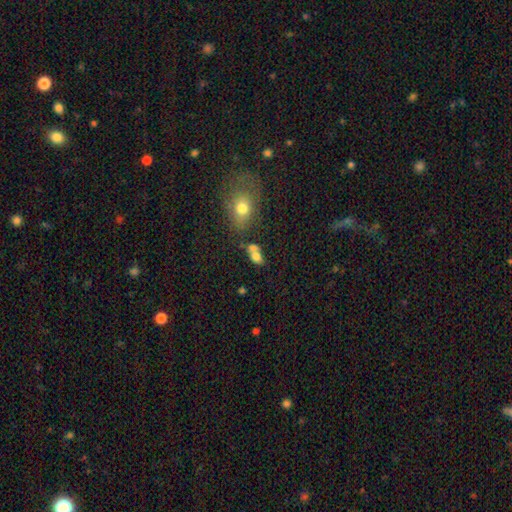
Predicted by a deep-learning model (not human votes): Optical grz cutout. It shows a smooth galaxy with no disk features (76%) that is in between round and cigar-shaped (78%). Merging: merger (45%).